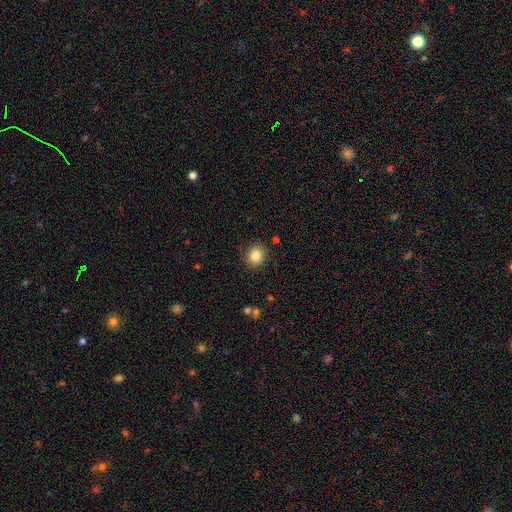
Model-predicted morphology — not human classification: The model was most divided on "how rounded": round: 76%, in between: 23%, cigar-shaped: 1%. More confident: merging — none (88%); smooth or featured — smooth (84%).